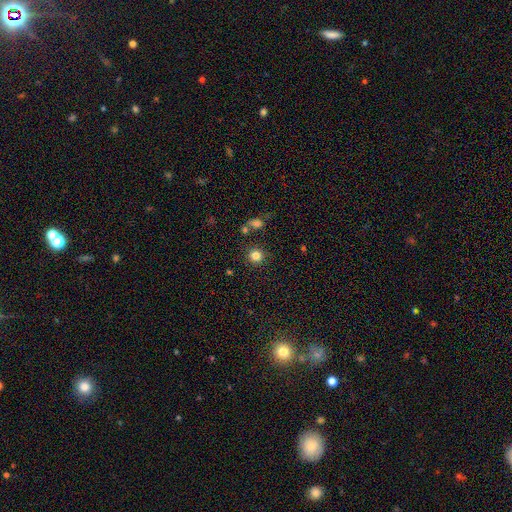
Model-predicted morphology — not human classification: The model was most divided on "smooth or featured": smooth: 82%, star or artifact: 13%, featured or disk: 5%. More confident: how rounded — round (92%); merging — none (86%).